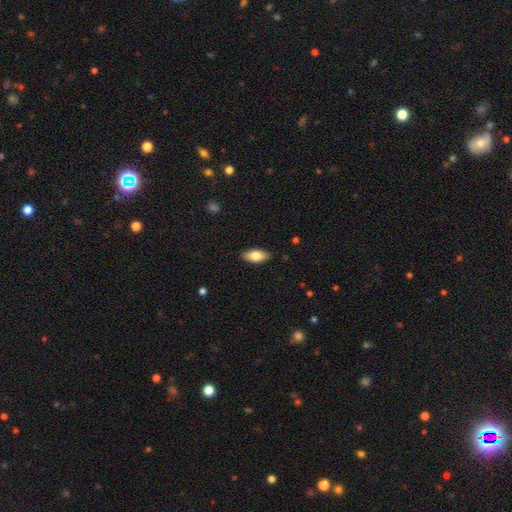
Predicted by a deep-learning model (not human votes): Smooth or featured: smooth — 78% (featured or disk — 16%)
How rounded: in between — 88% (cigar-shaped — 9%)
Merging: none — 87% (minor disturbance — 10%)